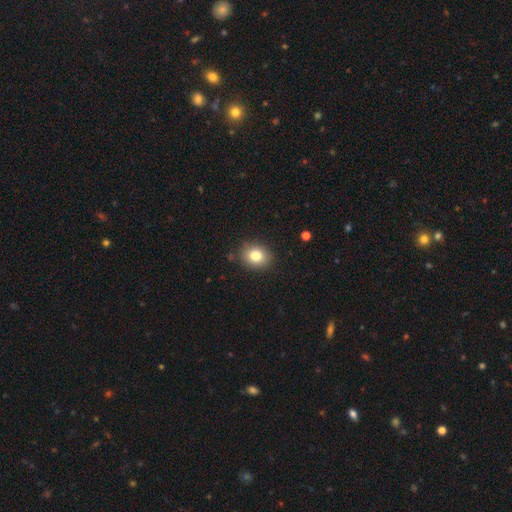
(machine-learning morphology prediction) A smooth galaxy with no disk features (80%) that is round (62%). Merging: none (87%).